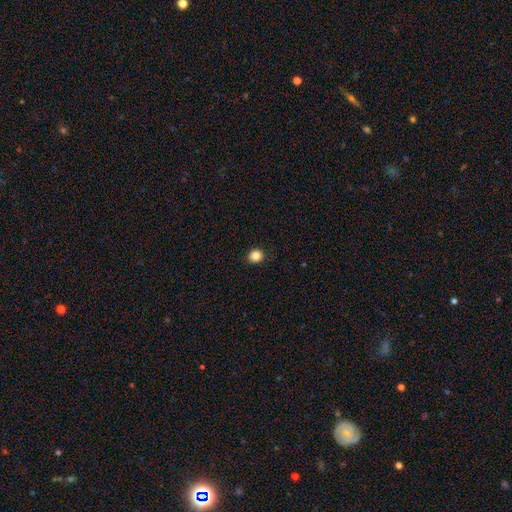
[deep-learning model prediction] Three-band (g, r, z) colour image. It shows a smooth galaxy with no disk features (85%) that is round (86%). Merging: none (91%).